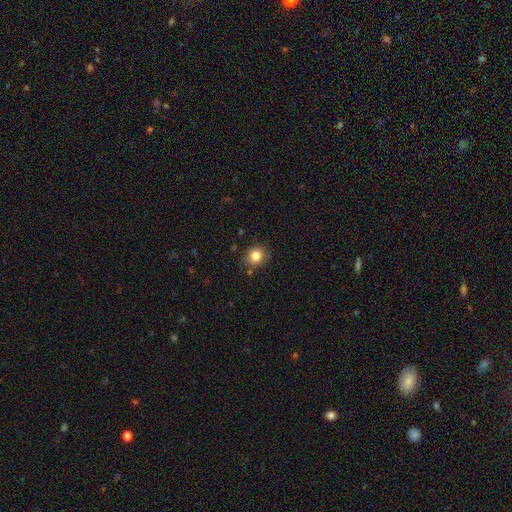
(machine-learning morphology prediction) This is clearly a smooth galaxy (83%). How rounded: clearly round (81%). Merging: clearly none (83%).